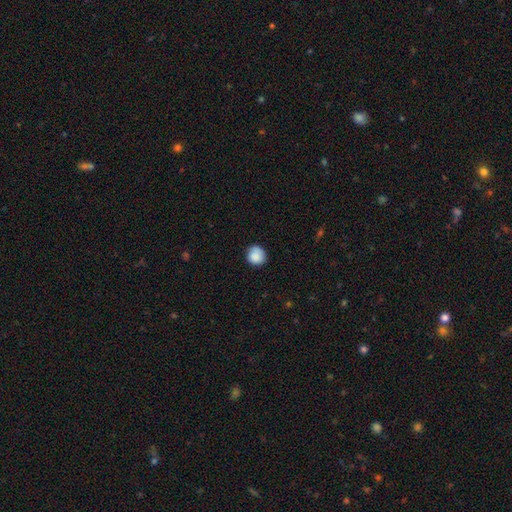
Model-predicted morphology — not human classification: Smooth or featured?
  - smooth: 87% *
  - star or artifact: 8%
  - featured or disk: 5%
How rounded?
  - round: 87% *
  - in between: 12%
  - cigar-shaped: 1%
Merging?
  - none: 76% *
  - minor disturbance: 19%
  - major disturbance: 4%
  - merger: 2%